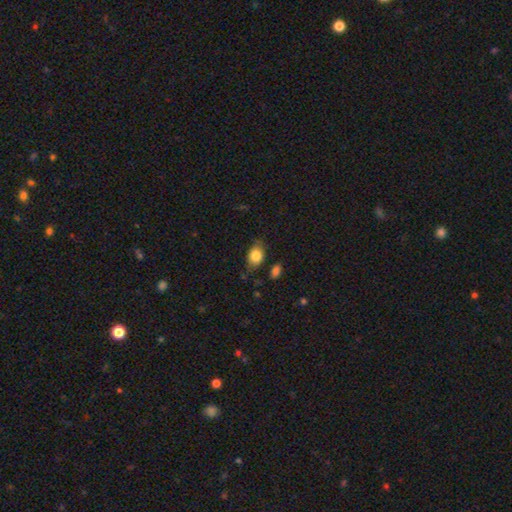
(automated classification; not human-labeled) smooth-or-featured: smooth: 82% | featured or disk: 10% | star or artifact: 8%
  how-rounded: in between: 75% | round: 24% | cigar-shaped: 2%
  merging: none: 69% | minor disturbance: 22% | major disturbance: 5% | merger: 3%